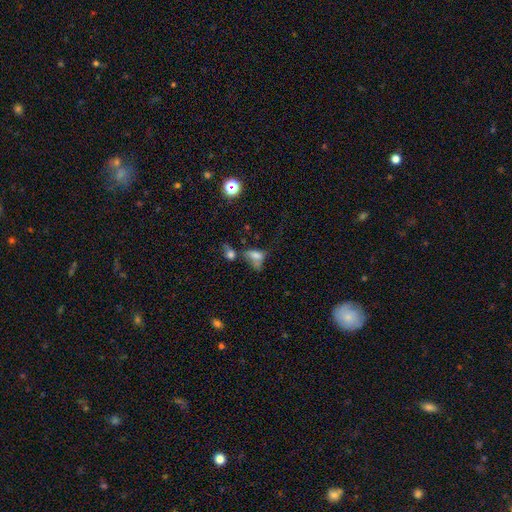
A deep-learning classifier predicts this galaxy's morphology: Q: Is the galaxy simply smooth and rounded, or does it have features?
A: smooth — 62%.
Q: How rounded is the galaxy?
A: in between — 81%.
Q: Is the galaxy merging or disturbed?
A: merger — 36%.